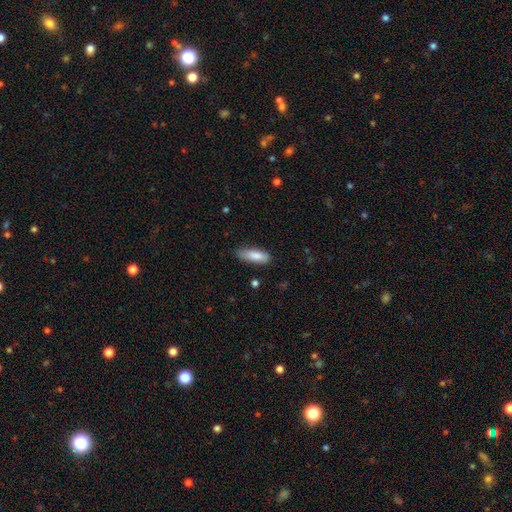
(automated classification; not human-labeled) Smooth or featured? smooth (84%)
How rounded? in between (62%)
Merging? none (72%)